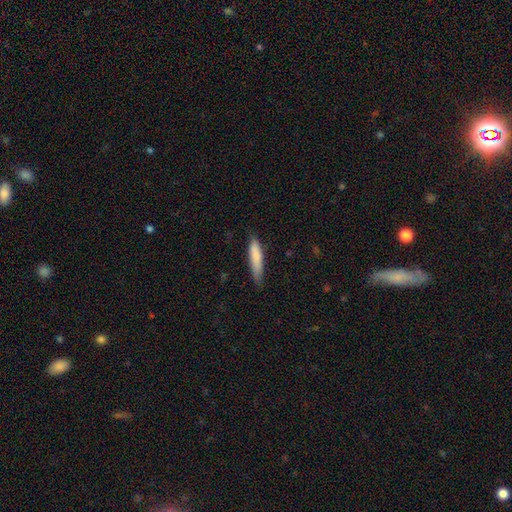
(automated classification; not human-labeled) This appears to be a smooth galaxy with no disk features (81%) that is cigar-shaped (83%). Merging: none (72%).